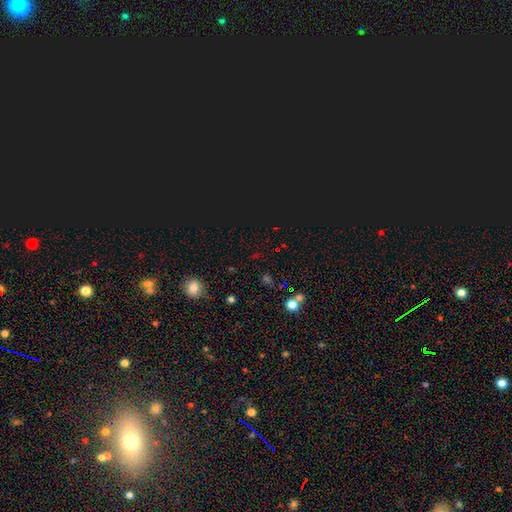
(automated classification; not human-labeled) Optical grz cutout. It shows a star or artifact, not a galaxy (61%).